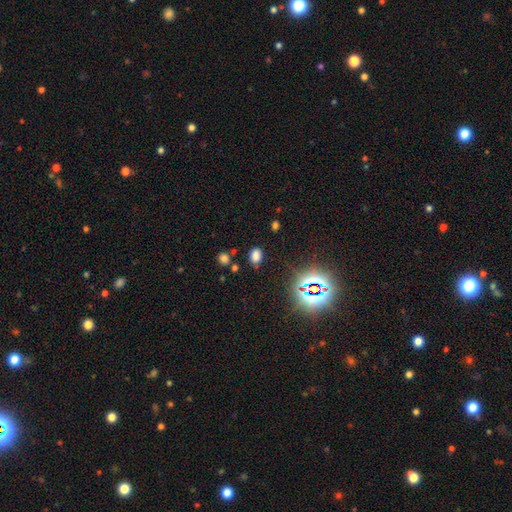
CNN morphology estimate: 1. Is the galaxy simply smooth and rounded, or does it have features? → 69% smooth, 25% star or artifact, 7% featured or disk.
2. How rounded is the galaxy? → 80% in between, 19% round, 2% cigar-shaped.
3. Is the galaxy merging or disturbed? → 80% none, 12% minor disturbance, 4% major disturbance, 4% merger.